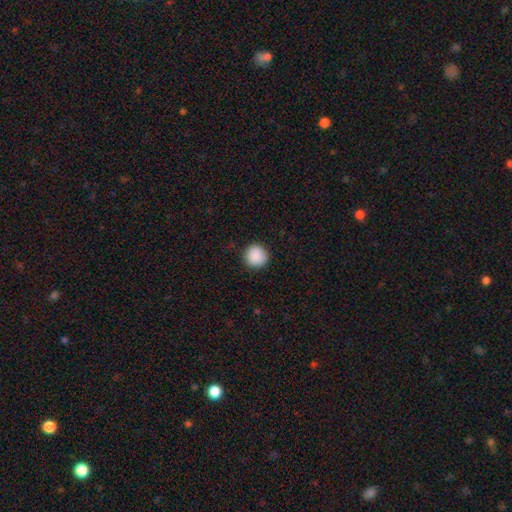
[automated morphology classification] smooth-or-featured: smooth: 89% | star or artifact: 8% | featured or disk: 3%
  how-rounded: round: 95% | in between: 4% | cigar-shaped: 1%
  merging: none: 90% | minor disturbance: 7% | major disturbance: 2% | merger: 1%